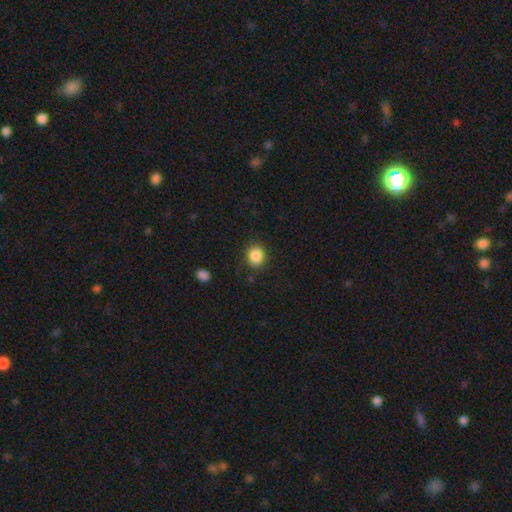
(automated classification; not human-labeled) A smooth galaxy with no disk features (87%) that is round (65%). Merging: none (84%).